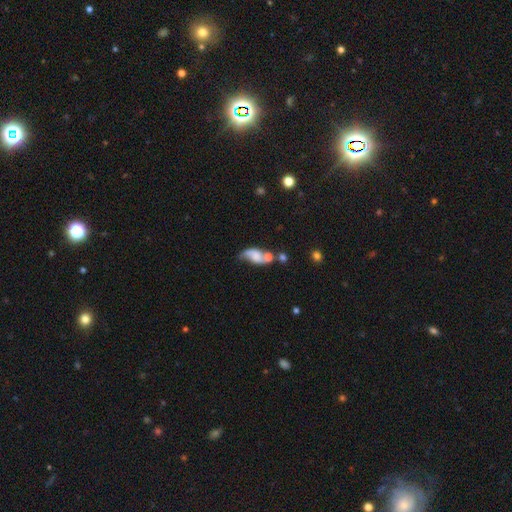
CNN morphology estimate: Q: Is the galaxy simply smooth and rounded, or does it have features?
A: featured or disk — 59%.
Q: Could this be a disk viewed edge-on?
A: no — 94%.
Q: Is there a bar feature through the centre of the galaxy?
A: no — 63%.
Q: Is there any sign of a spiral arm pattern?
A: yes — 84%.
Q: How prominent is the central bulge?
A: none — 42%.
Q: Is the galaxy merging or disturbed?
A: none — 34%.